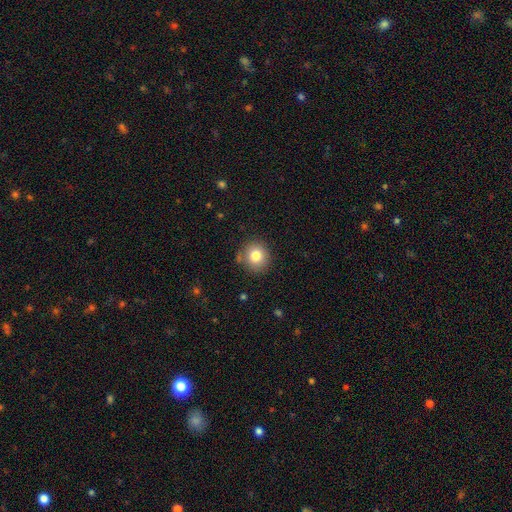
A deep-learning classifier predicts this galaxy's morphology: smooth_or_featured: smooth (p=0.80) [alt: star or artifact p=0.11]
how_rounded: round (p=0.89) [alt: in between p=0.10]
merging: none (p=0.84) [alt: minor disturbance p=0.10]